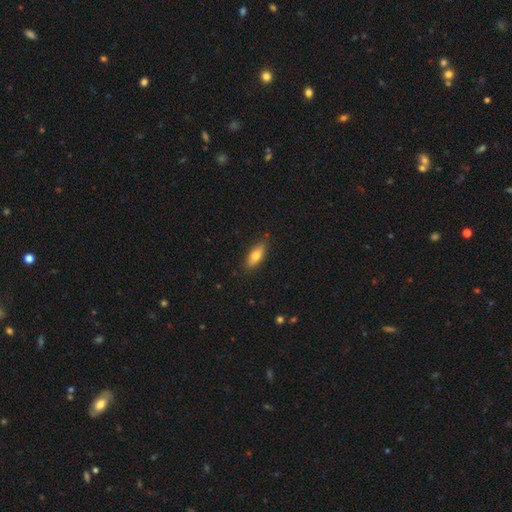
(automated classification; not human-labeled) Smooth or featured: smooth — 74% (featured or disk — 19%)
How rounded: in between — 75% (cigar-shaped — 23%)
Merging: none — 86% (minor disturbance — 10%)